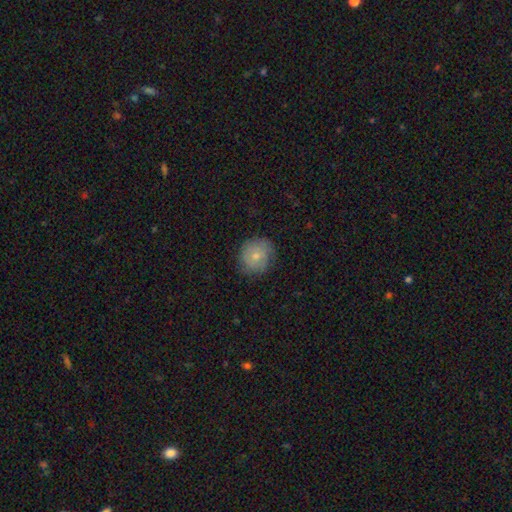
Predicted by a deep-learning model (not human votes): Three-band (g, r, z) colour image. It shows a smooth galaxy with no disk features (72%) that is round (84%). Merging: none (74%).